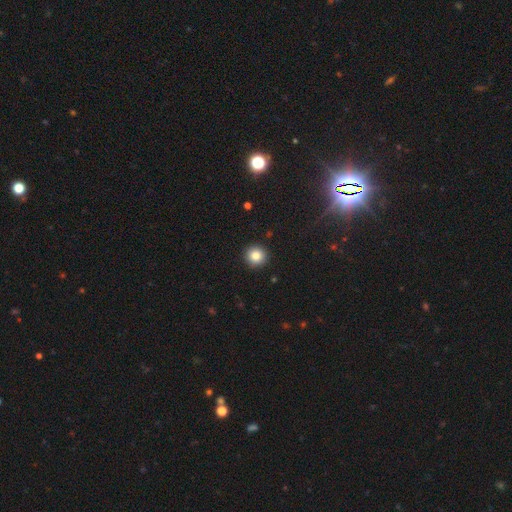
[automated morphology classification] A smooth galaxy with no disk features (84%) that is round (95%). Merging: none (93%).